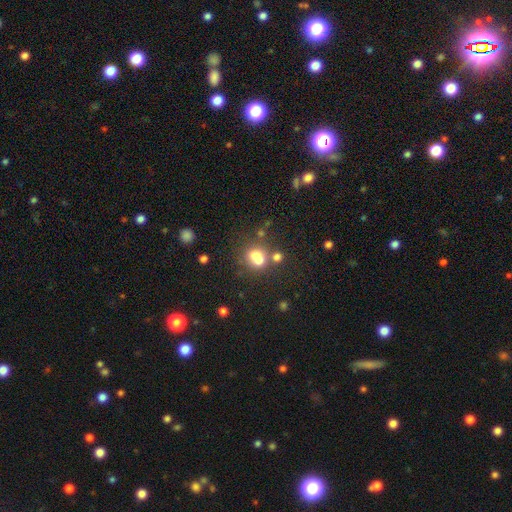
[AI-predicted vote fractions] smooth_or_featured: smooth (p=0.67) [alt: featured or disk p=0.17]
how_rounded: in between (p=0.49) [alt: round p=0.48]
merging: none (p=0.42) [alt: merger p=0.37]